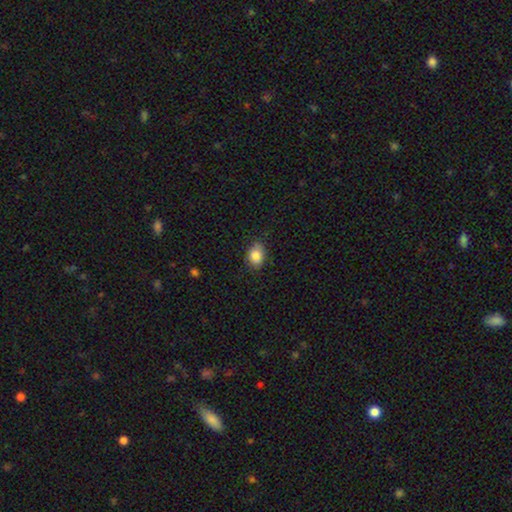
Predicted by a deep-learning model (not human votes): smooth_or_featured: smooth (p=0.83) [alt: featured or disk p=0.09]
how_rounded: in between (p=0.73) [alt: round p=0.26]
merging: none (p=0.74) [alt: minor disturbance p=0.21]